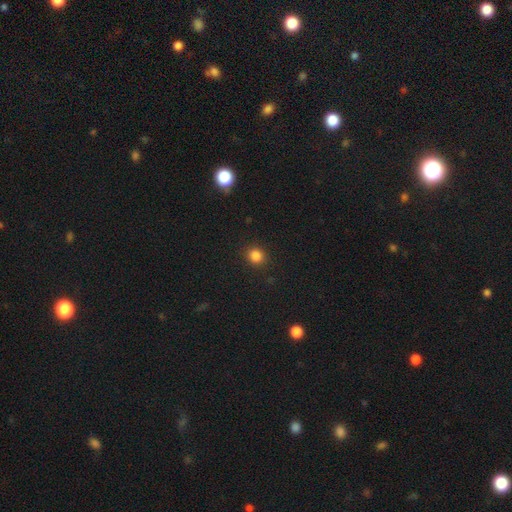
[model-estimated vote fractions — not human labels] Overall: smooth (84%). How rounded: round (83%). Merging: none (90%).